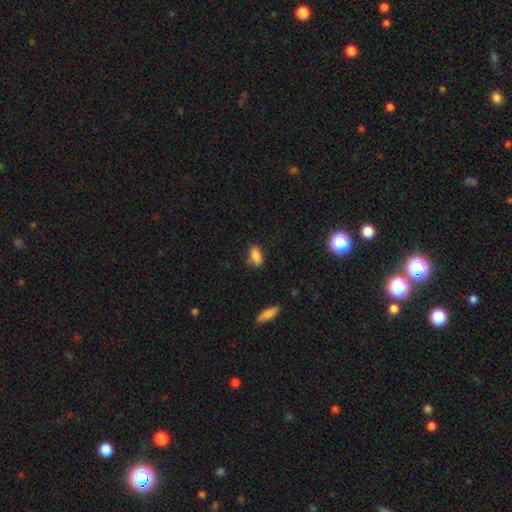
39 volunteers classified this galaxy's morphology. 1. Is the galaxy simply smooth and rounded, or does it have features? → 90% smooth, 8% featured or disk, 3% star or artifact.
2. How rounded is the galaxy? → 77% in between, 20% cigar-shaped, 3% round.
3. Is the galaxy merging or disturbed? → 61% none, 29% minor disturbance, 8% major disturbance, 3% merger.